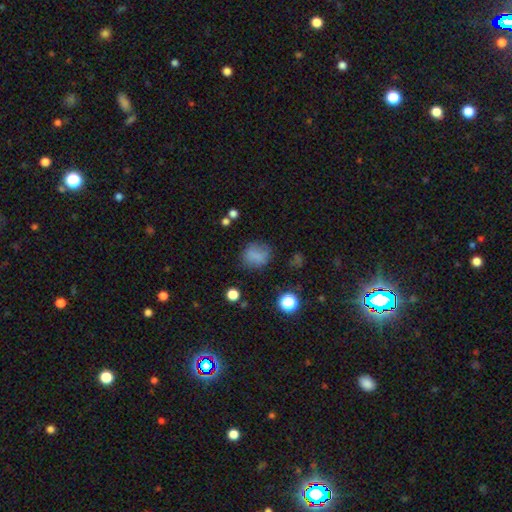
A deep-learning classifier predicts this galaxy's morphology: Smooth or featured? Predicted: smooth (p=0.76). How rounded? Predicted: round (p=0.67). Merging? Predicted: none (p=0.70).